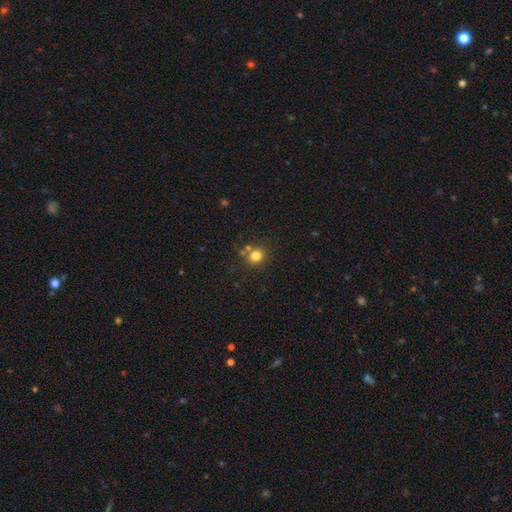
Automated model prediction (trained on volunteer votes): smooth-or-featured: smooth: 79% | star or artifact: 14% | featured or disk: 7%
  how-rounded: round: 85% | in between: 14% | cigar-shaped: 1%
  merging: none: 73% | merger: 14% | minor disturbance: 10% | major disturbance: 3%